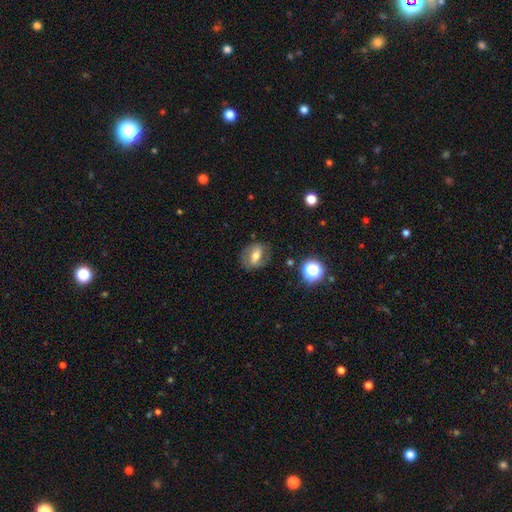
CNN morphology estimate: Smooth or featured: featured or disk — 47% (smooth — 42%)
Merging: none — 74% (minor disturbance — 16%)